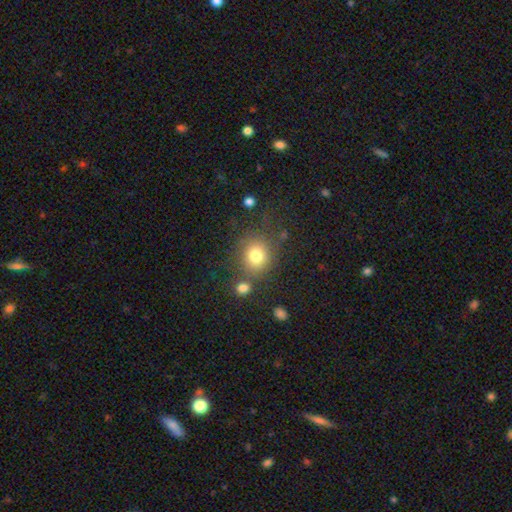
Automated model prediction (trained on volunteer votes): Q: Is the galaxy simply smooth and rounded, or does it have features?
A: smooth — 77%.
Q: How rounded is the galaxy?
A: round — 77%.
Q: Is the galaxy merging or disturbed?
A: none — 71%.